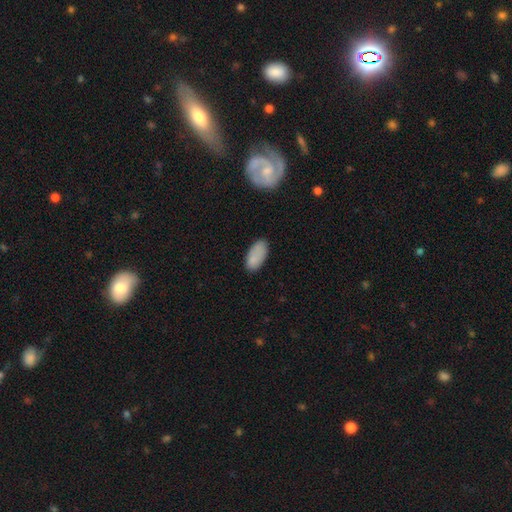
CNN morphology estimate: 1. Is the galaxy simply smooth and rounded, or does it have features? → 85% smooth, 7% star or artifact, 7% featured or disk.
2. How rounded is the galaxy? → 93% in between, 5% cigar-shaped, 2% round.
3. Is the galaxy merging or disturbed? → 76% none, 18% minor disturbance, 4% major disturbance, 2% merger.